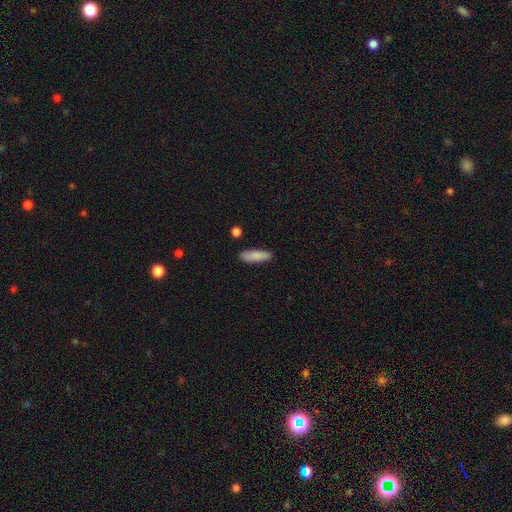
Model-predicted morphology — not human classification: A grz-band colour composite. It shows a smooth galaxy with no disk features (86%) that is in between round and cigar-shaped (50%). Merging: none (87%).